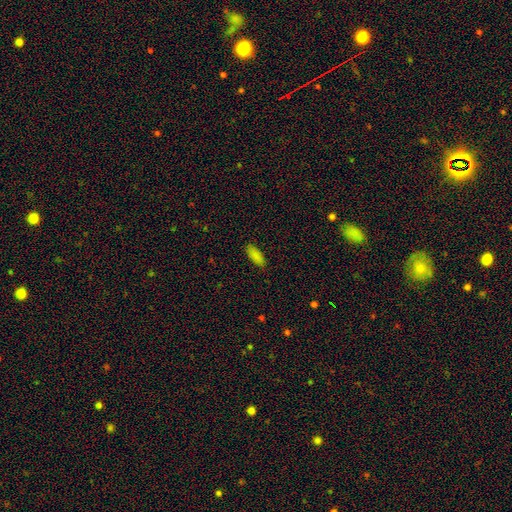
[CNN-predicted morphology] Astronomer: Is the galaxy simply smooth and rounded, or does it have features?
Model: smooth — 86%.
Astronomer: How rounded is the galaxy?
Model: in between — 73%.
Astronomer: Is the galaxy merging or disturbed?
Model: none — 87%.